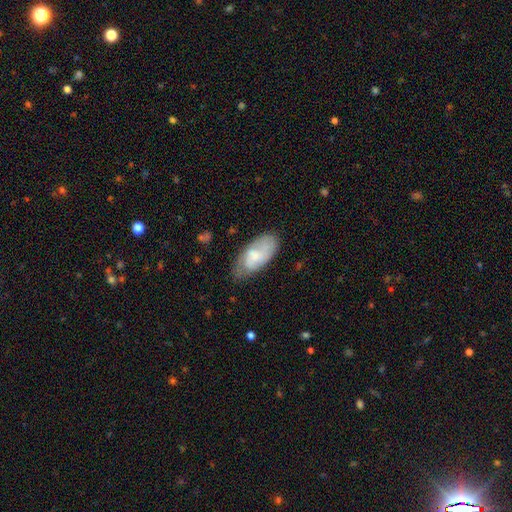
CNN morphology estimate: smooth-or-featured: smooth: 54% | featured or disk: 39% | star or artifact: 7%
  how-rounded: in between: 89% | cigar-shaped: 8% | round: 3%
  merging: none: 62% | minor disturbance: 28% | major disturbance: 8% | merger: 2%